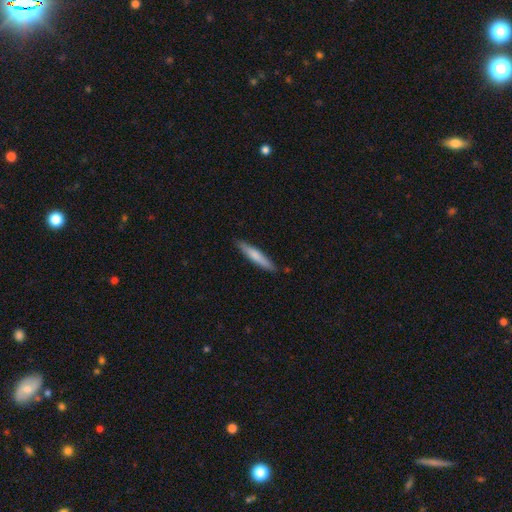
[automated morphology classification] This appears to be a smooth galaxy with no disk features (71%) that is cigar-shaped (91%). Merging: none (88%).